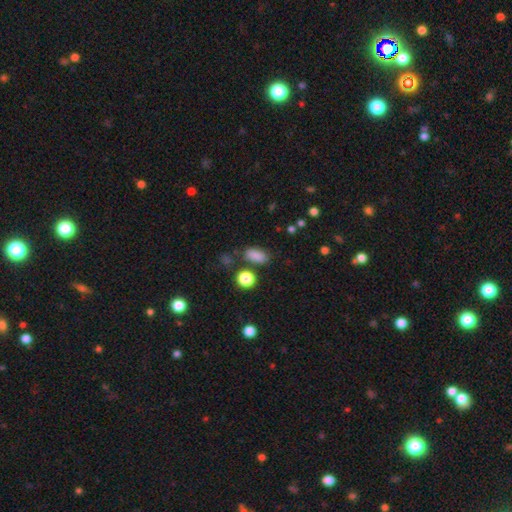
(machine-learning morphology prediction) smooth 84%, star or artifact 12%, featured or disk 4%. Down the decision tree: how rounded — in between (84%); merging — none (76%).